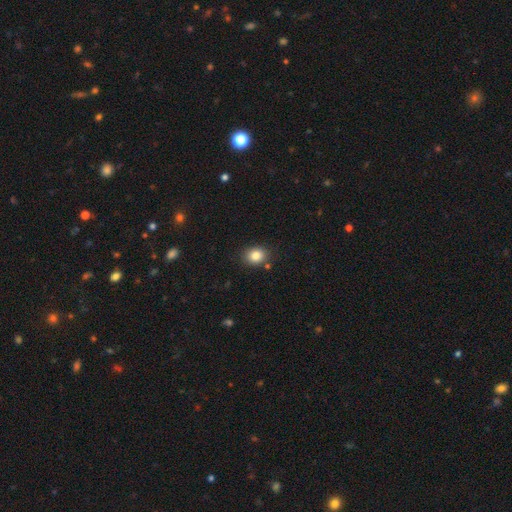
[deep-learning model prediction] This appears to be a smooth galaxy with no disk features (84%) that is round (56%). Merging: none (84%).